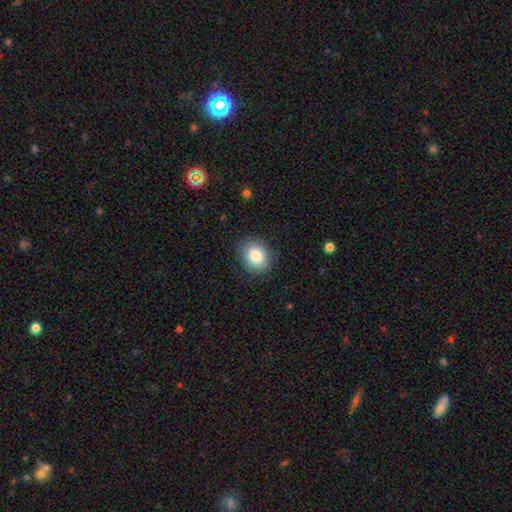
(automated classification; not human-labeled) Overall: smooth (84%). How rounded: round (56%; in between 43%). Merging: none (87%).